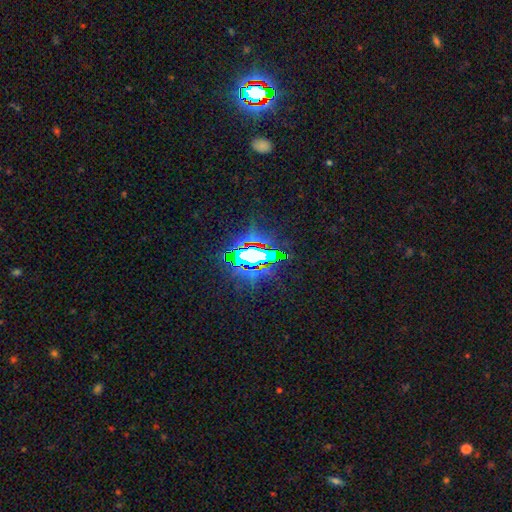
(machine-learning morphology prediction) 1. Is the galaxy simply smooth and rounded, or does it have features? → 69% star or artifact, 17% smooth, 14% featured or disk.